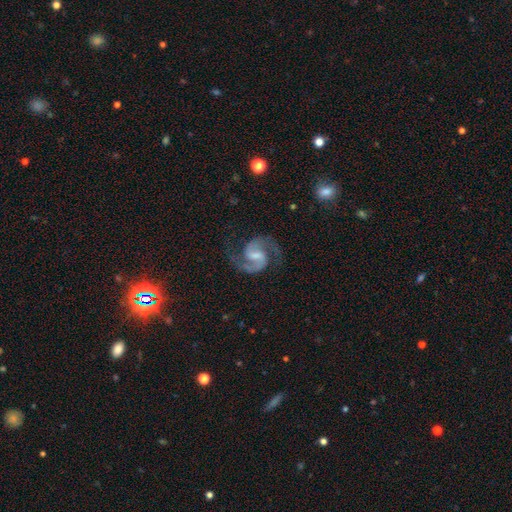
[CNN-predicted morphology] Smooth or featured? Predicted: featured or disk (p=0.92). Edge-on disk? Predicted: no (p=0.98). Bar? Predicted: weak (p=0.57). Spiral arms? Predicted: yes (p=0.98). Spiral winding? Predicted: medium (p=0.66). Spiral arm count? Predicted: 2 (p=0.95). Bulge size? Predicted: moderate (p=0.36). Merging? Predicted: none (p=0.81).